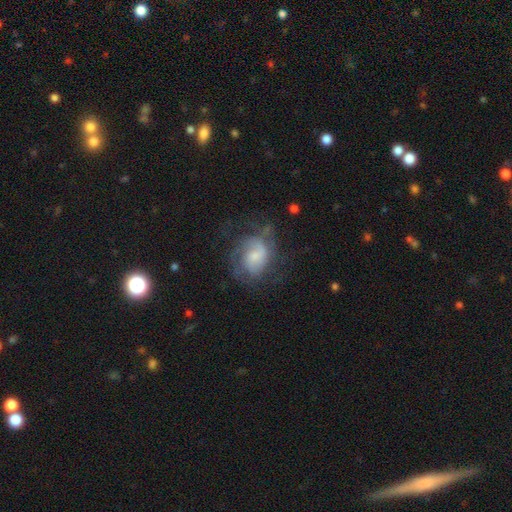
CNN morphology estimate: type=featured or disk (64%); edge-on=no (97%); bar=no (53%); spiral arms=yes (81%); winding=medium (43%); arm count=can't tell (37%); bulge=small (45%); merging=none (51%).